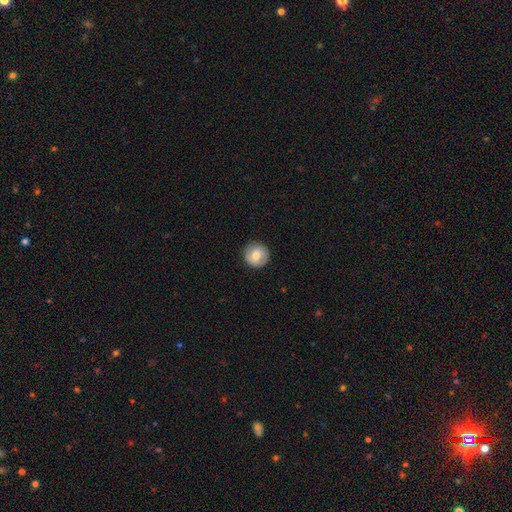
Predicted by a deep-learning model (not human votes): smooth 74%, featured or disk 19%, star or artifact 7%. Down the decision tree: how rounded — round (94%); merging — none (88%).